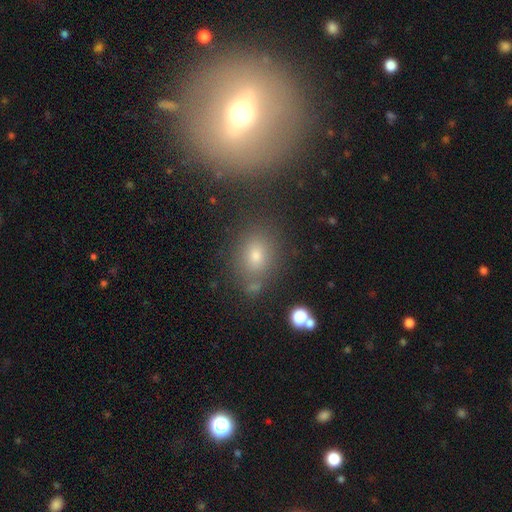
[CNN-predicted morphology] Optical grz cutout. It shows a smooth galaxy with no disk features (70%) that is in between round and cigar-shaped (60%). Merging: none (74%).